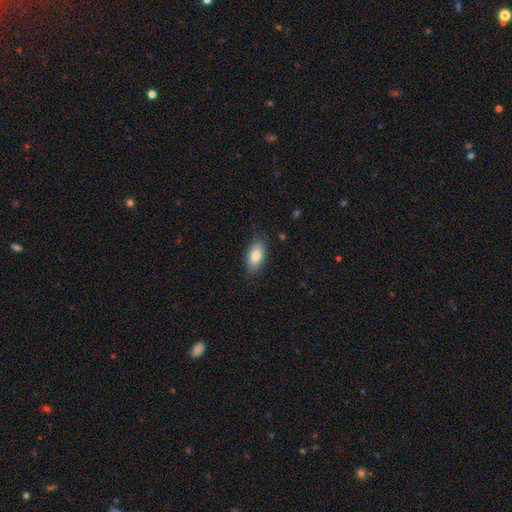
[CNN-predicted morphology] The model was most divided on "merging": none: 81%, minor disturbance: 15%, major disturbance: 3%, merger: 1%. More confident: how rounded — in between (91%); smooth or featured — smooth (81%).